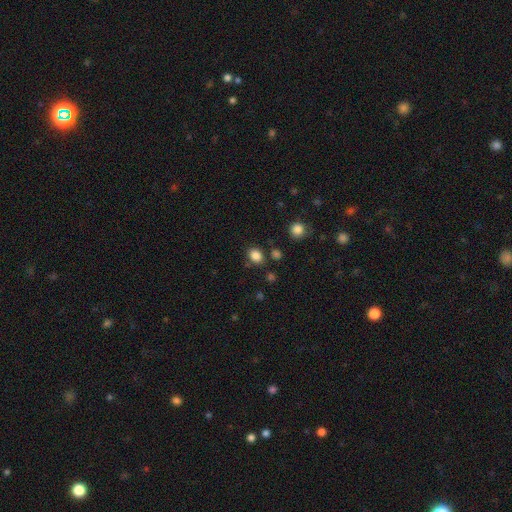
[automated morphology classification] Smooth or featured? Predicted: smooth (p=0.85). How rounded? Predicted: in between (p=0.53). Merging? Predicted: none (p=0.80).